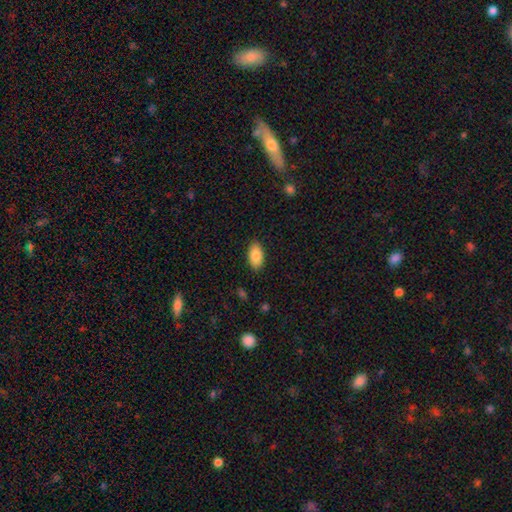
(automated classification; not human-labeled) The model was most divided on "smooth or featured": smooth: 85%, featured or disk: 9%, star or artifact: 7%. More confident: how rounded — in between (93%); merging — none (87%).